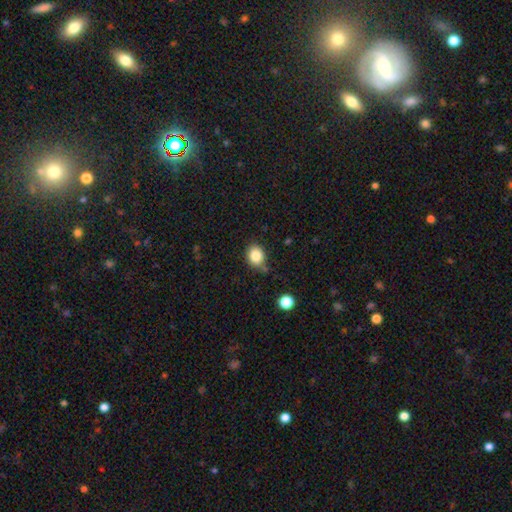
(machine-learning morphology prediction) The model was most divided on "how rounded": round: 59%, in between: 40%, cigar-shaped: 1%. More confident: smooth or featured — smooth (84%); merging — none (72%).